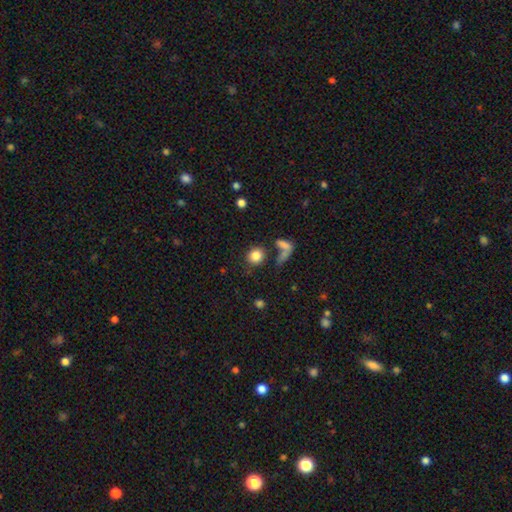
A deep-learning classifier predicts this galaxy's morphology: type=smooth (84%); roundness=round (82%); merging=none (71%).